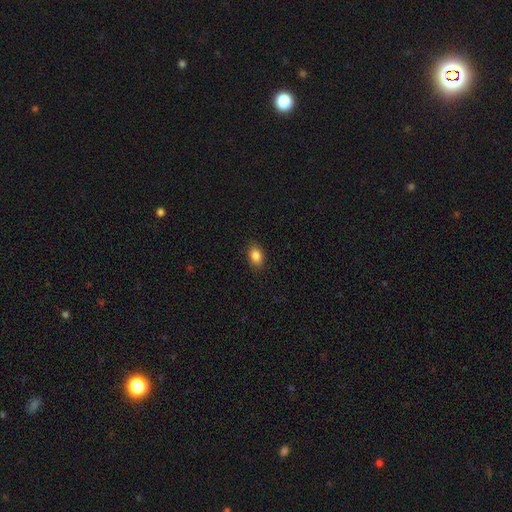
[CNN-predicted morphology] This appears to be a smooth galaxy with no disk features (86%) that is in between round and cigar-shaped (81%). Merging: none (88%).